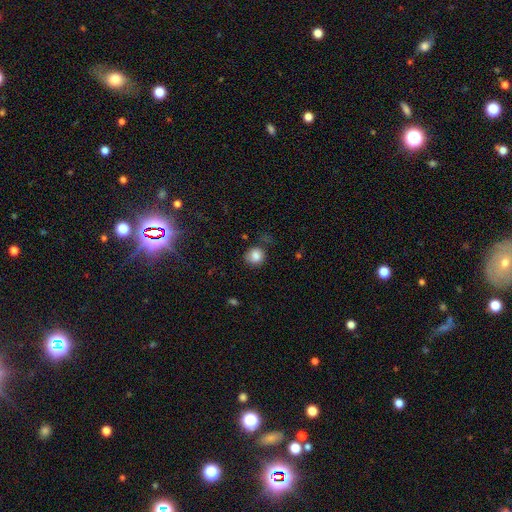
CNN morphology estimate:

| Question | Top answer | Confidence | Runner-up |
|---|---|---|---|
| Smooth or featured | smooth | 84% | star or artifact (10%) |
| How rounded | round | 79% | in between (20%) |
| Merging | none | 65% | minor disturbance (24%) |